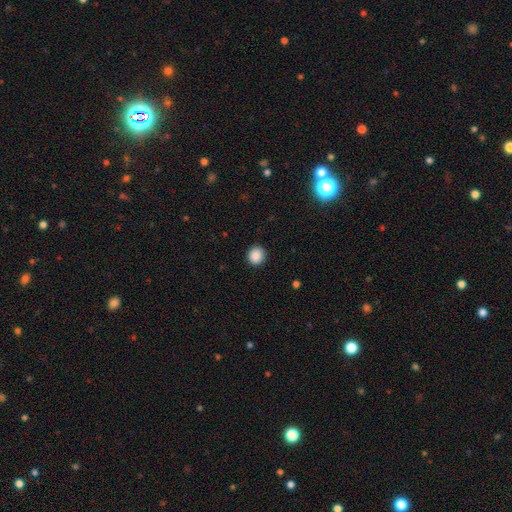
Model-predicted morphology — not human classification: Smooth or featured?
  - smooth: 88% *
  - star or artifact: 9%
  - featured or disk: 3%
How rounded?
  - round: 88% *
  - in between: 11%
  - cigar-shaped: 1%
Merging?
  - none: 91% *
  - minor disturbance: 6%
  - major disturbance: 2%
  - merger: 1%